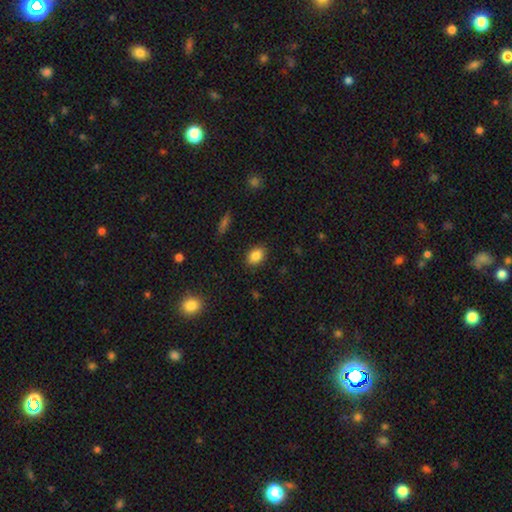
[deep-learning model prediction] This is clearly a smooth galaxy (85%). How rounded: likely in between (74%). Merging: clearly none (86%).